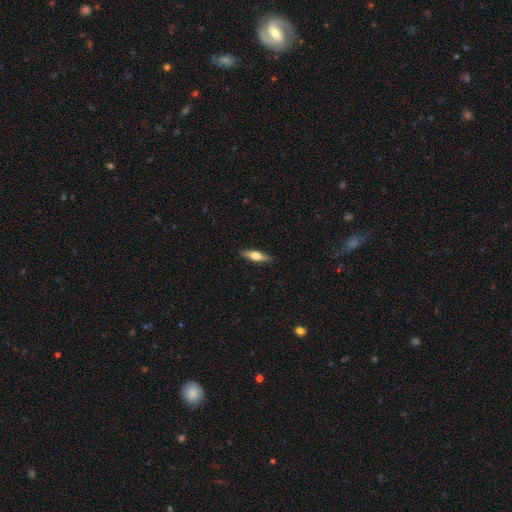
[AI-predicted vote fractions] This appears to be a smooth galaxy with no disk features (52%) that is cigar-shaped (58%). Merging: none (90%).